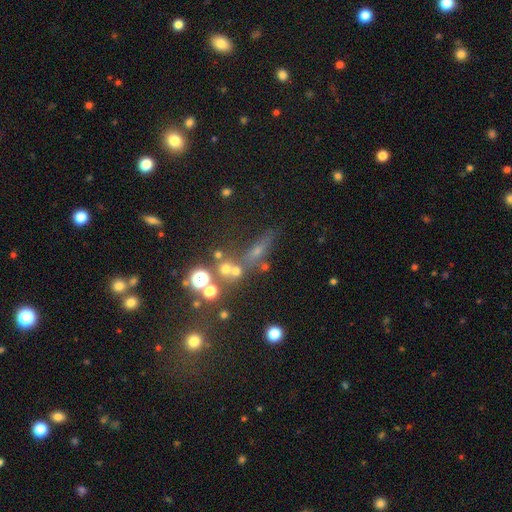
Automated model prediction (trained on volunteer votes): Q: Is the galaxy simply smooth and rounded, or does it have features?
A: smooth — 43%.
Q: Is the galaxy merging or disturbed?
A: none — 53%.